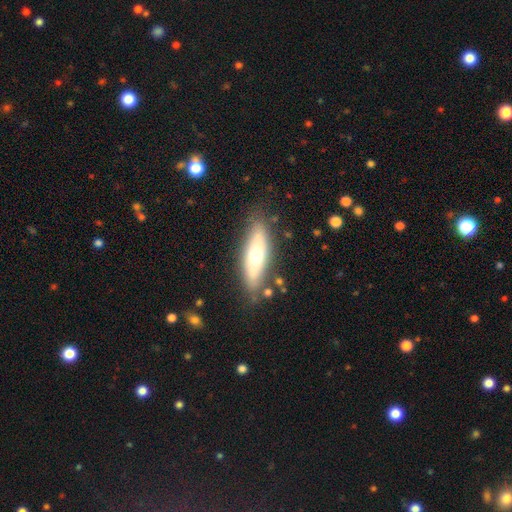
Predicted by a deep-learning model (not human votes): Q: Smooth or featured?
A: smooth (54%); runner-up: featured or disk (40%)
Q: How rounded?
A: in between (50%); runner-up: cigar-shaped (48%)
Q: Merging?
A: none (79%); runner-up: minor disturbance (14%)